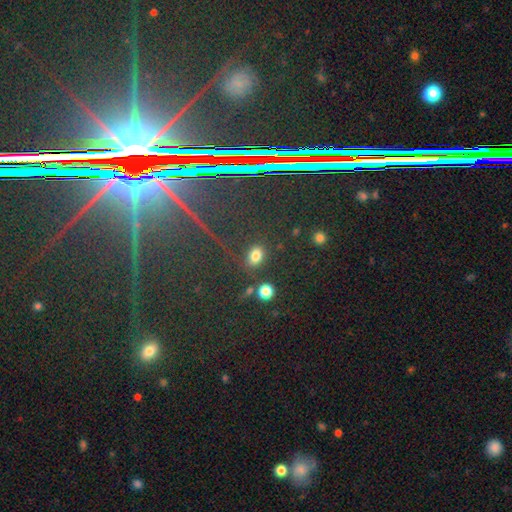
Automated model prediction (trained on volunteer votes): This is likely a smooth galaxy (76%). How rounded: likely in between (69%). Merging: likely none (78%).